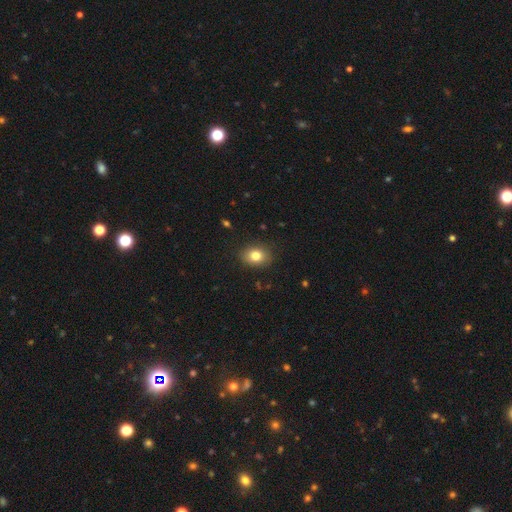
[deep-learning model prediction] smooth-or-featured: smooth: 82% | star or artifact: 10% | featured or disk: 9%
  how-rounded: in between: 62% | round: 37% | cigar-shaped: 1%
  merging: none: 86% | minor disturbance: 10% | major disturbance: 3% | merger: 1%